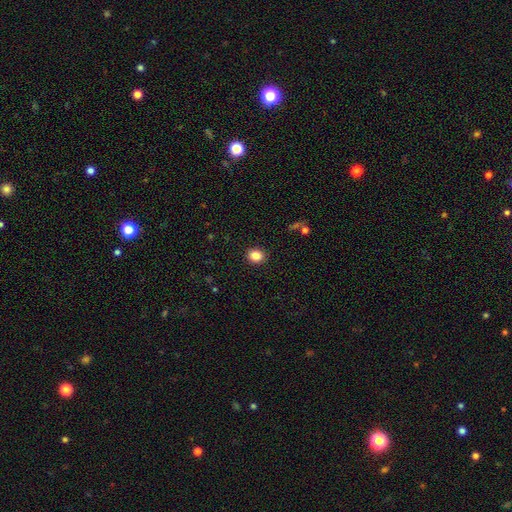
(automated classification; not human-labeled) smooth 84%, star or artifact 10%, featured or disk 5%. Down the decision tree: how rounded — round (67%); merging — none (91%).